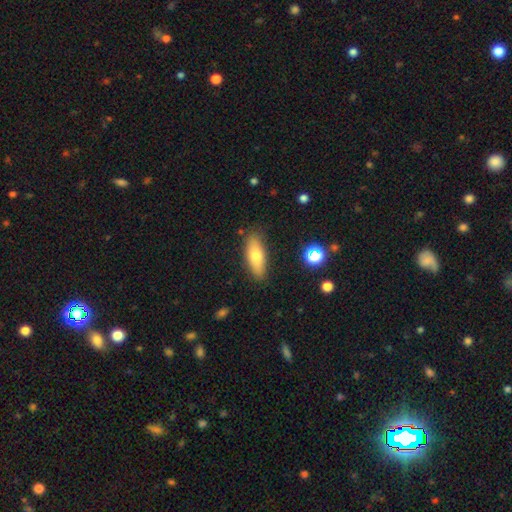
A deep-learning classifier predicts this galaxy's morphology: This appears to be a smooth galaxy with no disk features (69%) that is in between round and cigar-shaped (62%). Merging: none (86%).